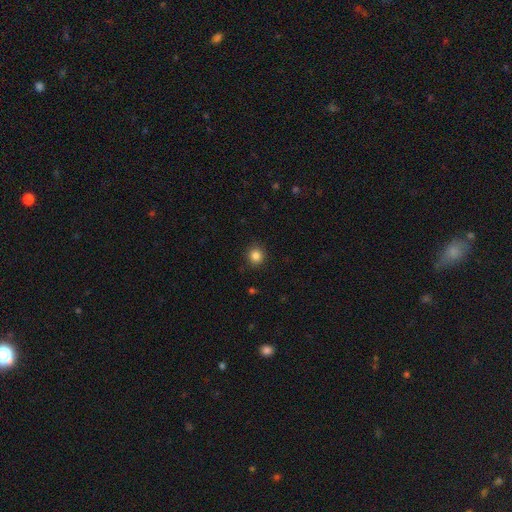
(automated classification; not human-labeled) smooth-or-featured: smooth: 85% | star or artifact: 11% | featured or disk: 4%
  how-rounded: round: 89% | in between: 10% | cigar-shaped: 1%
  merging: none: 90% | minor disturbance: 7% | major disturbance: 2% | merger: 1%